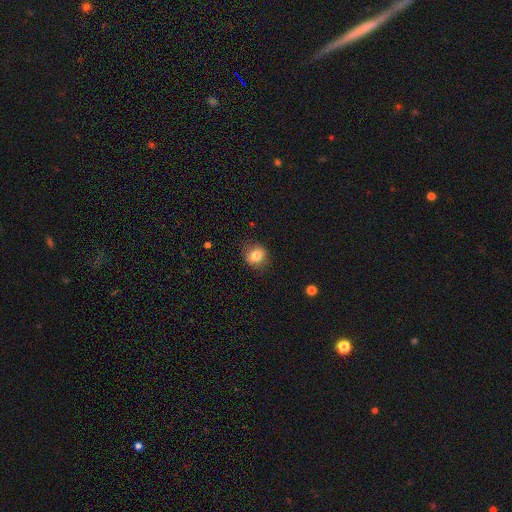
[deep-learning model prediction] smooth-or-featured: smooth: 79% | featured or disk: 11% | star or artifact: 10%
  how-rounded: round: 69% | in between: 30% | cigar-shaped: 1%
  merging: none: 82% | minor disturbance: 14% | major disturbance: 4% | merger: 1%